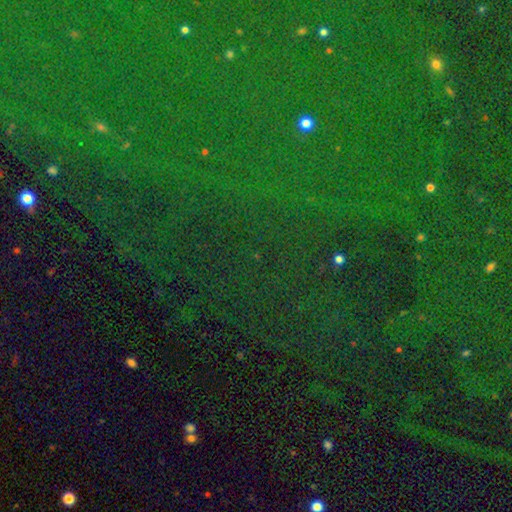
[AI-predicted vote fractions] Morphology: type=star or artifact (83%).